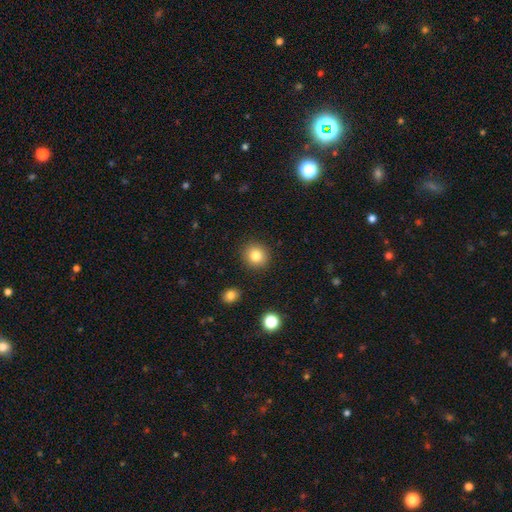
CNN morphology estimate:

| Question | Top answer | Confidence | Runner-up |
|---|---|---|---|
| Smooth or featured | smooth | 82% | star or artifact (11%) |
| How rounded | round | 90% | in between (9%) |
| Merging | none | 91% | minor disturbance (6%) |